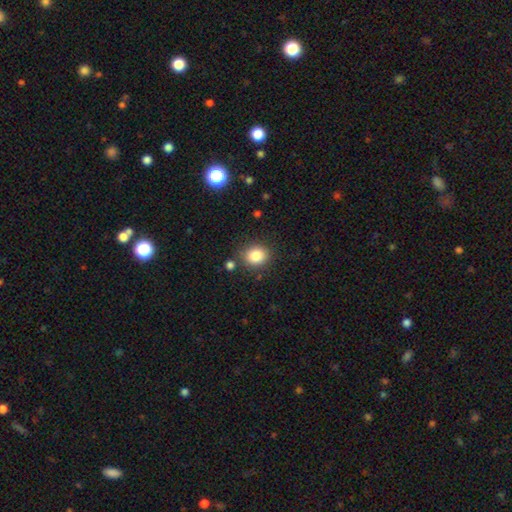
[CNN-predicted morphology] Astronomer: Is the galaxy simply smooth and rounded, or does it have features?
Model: smooth — 84%.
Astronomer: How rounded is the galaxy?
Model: round — 71%.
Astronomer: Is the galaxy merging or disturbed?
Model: none — 82%.